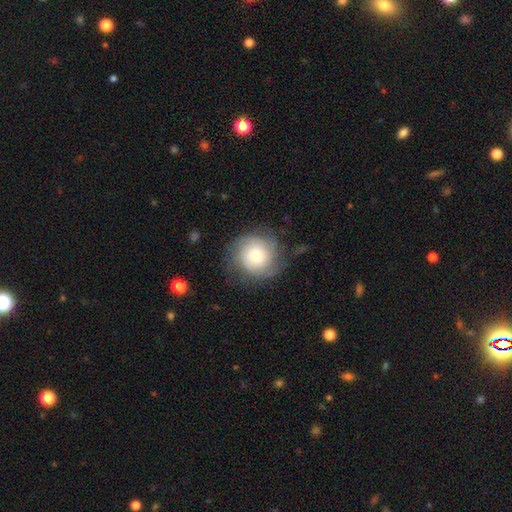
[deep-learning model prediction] Smooth or featured?
  - featured or disk: 50% *
  - smooth: 42%
  - star or artifact: 8%
Merging?
  - none: 70% *
  - minor disturbance: 18%
  - major disturbance: 10%
  - merger: 1%